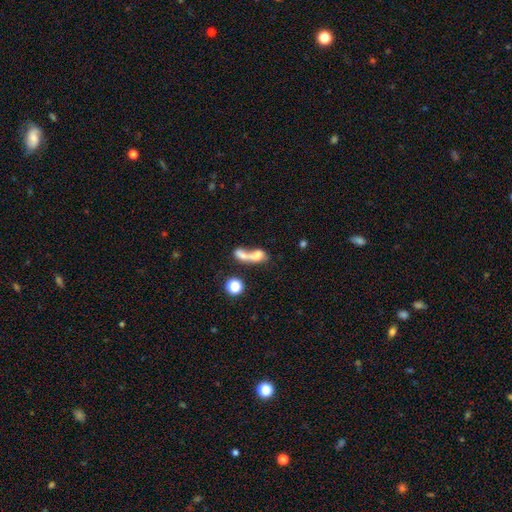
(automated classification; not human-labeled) Overall: smooth (58%; featured or disk 29%). How rounded: in between (49%; cigar-shaped 26%). Merging: merger (60%).